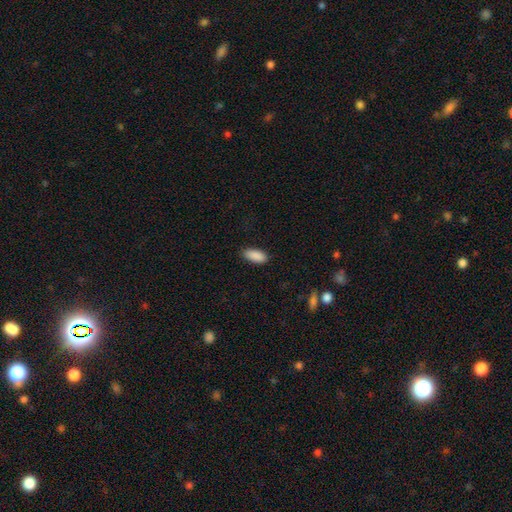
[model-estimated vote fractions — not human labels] This is clearly a smooth galaxy (90%). How rounded: clearly in between (87%). Merging: clearly none (85%).